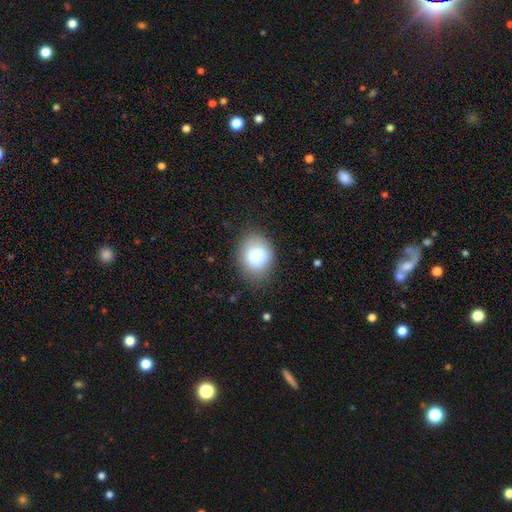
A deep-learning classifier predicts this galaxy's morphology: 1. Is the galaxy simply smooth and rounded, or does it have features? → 79% smooth, 11% featured or disk, 9% star or artifact.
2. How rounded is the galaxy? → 53% in between, 47% round, 1% cigar-shaped.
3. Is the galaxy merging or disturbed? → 79% none, 16% minor disturbance, 4% major disturbance, 1% merger.